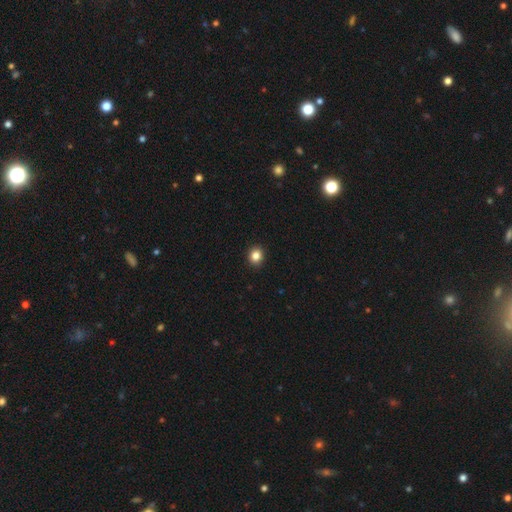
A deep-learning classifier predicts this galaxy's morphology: A smooth galaxy with no disk features (84%) that is round (79%). Merging: none (93%).